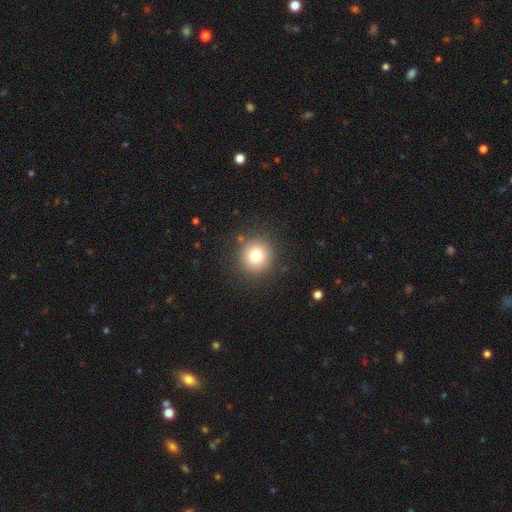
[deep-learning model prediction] Q: Smooth or featured?
A: smooth (76%); runner-up: star or artifact (14%)
Q: How rounded?
A: round (94%); runner-up: in between (5%)
Q: Merging?
A: none (89%); runner-up: minor disturbance (7%)